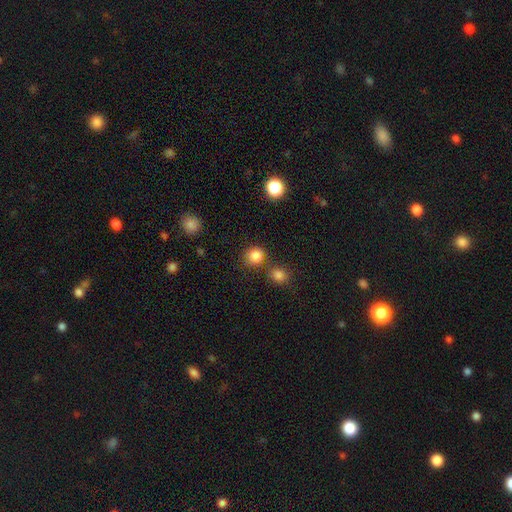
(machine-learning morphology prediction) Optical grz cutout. It shows a smooth galaxy with no disk features (84%) that is round (88%). Merging: none (73%).